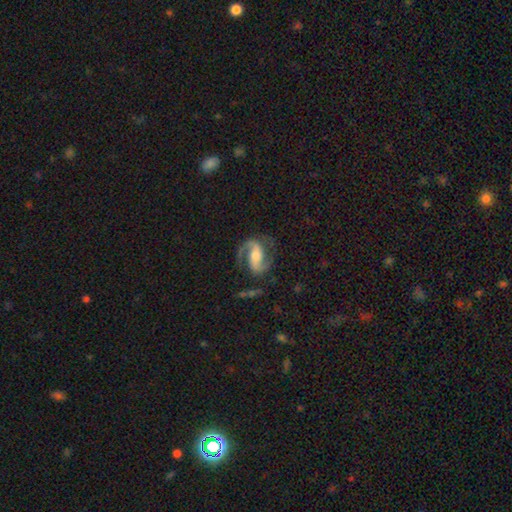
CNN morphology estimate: A featured or disk galaxy (89%) with a weak bar (38%), 2 (92%) medium (56%) spiral arms (97%) and a moderate central bulge (56%). Merging: none (75%).